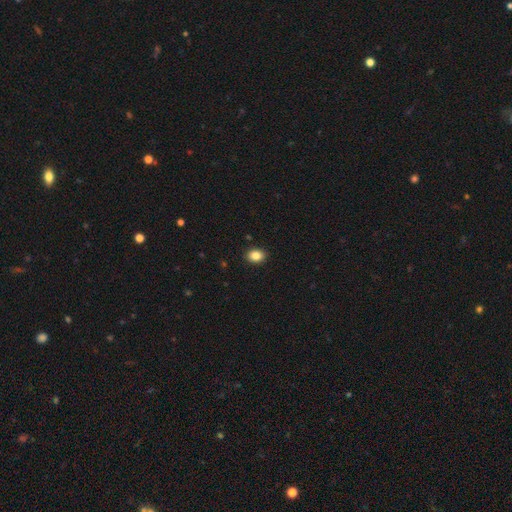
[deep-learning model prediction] This appears to be a smooth galaxy with no disk features (85%) that is in between round and cigar-shaped (63%). Merging: none (90%).